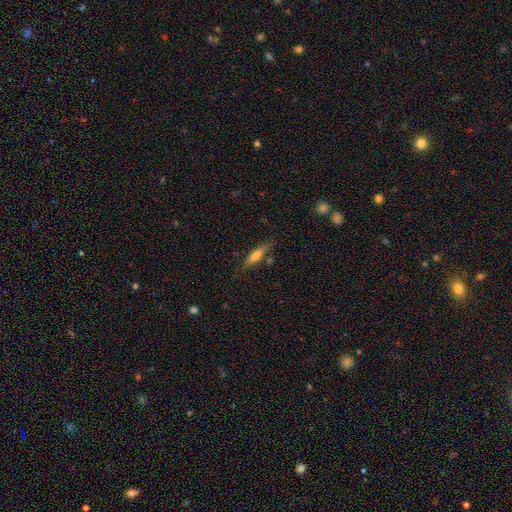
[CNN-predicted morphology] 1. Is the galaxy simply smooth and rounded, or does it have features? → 57% smooth, 36% featured or disk, 7% star or artifact.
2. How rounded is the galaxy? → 73% cigar-shaped, 25% in between, 2% round.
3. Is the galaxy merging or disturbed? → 75% none, 16% minor disturbance, 5% merger, 4% major disturbance.